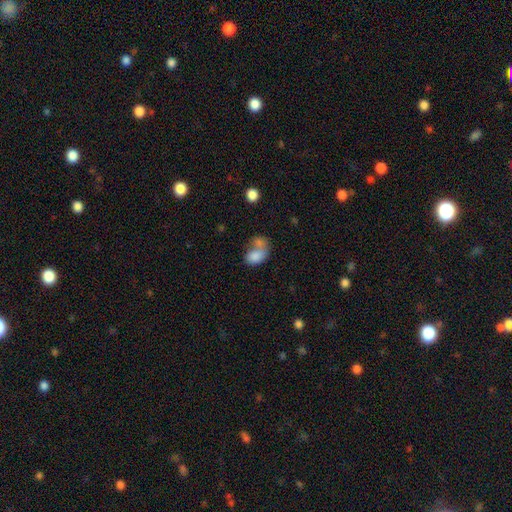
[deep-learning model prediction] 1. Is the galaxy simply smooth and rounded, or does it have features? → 78% smooth, 15% featured or disk, 8% star or artifact.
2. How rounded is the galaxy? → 78% in between, 21% round, 1% cigar-shaped.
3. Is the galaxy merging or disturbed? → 59% merger, 20% none, 12% major disturbance, 10% minor disturbance.